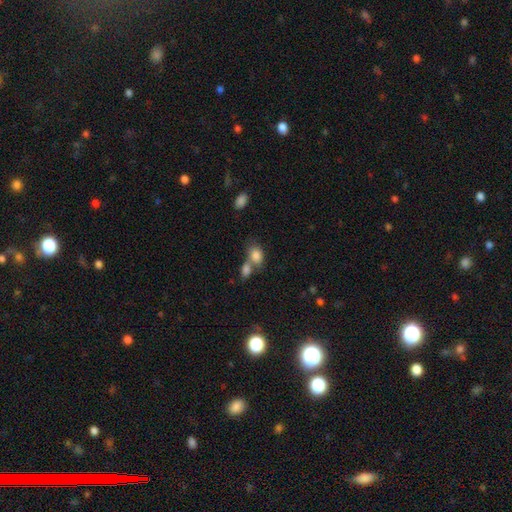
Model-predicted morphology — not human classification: smooth_or_featured: smooth (p=0.82) [alt: star or artifact p=0.09]
how_rounded: in between (p=0.77) [alt: round p=0.22]
merging: merger (p=0.52) [alt: none p=0.33]